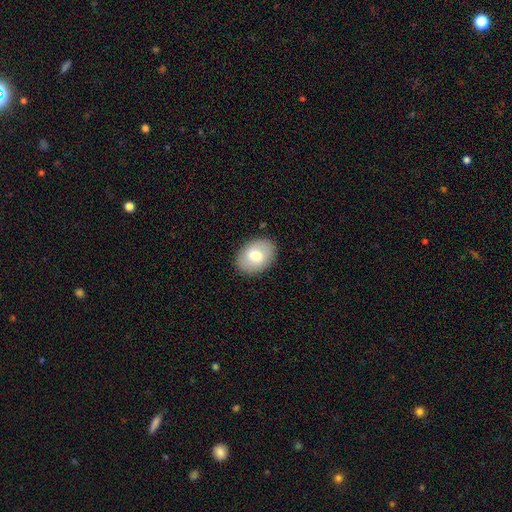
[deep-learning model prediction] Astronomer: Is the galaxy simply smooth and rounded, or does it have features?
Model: smooth — 72%.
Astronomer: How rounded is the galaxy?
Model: in between — 78%.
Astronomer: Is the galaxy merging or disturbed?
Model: none — 87%.